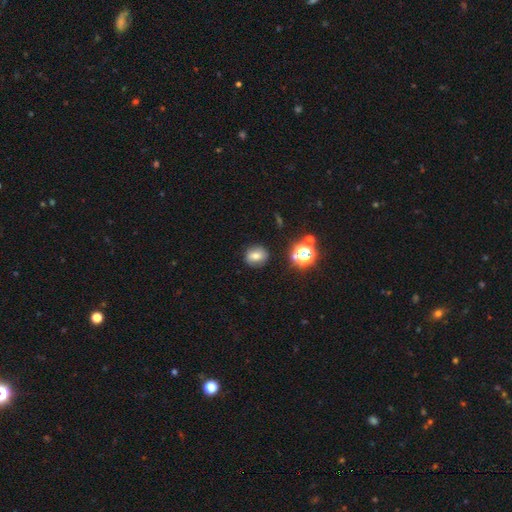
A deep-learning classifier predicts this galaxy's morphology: Overall: smooth (69%). How rounded: round (69%; in between 30%). Merging: none (85%).